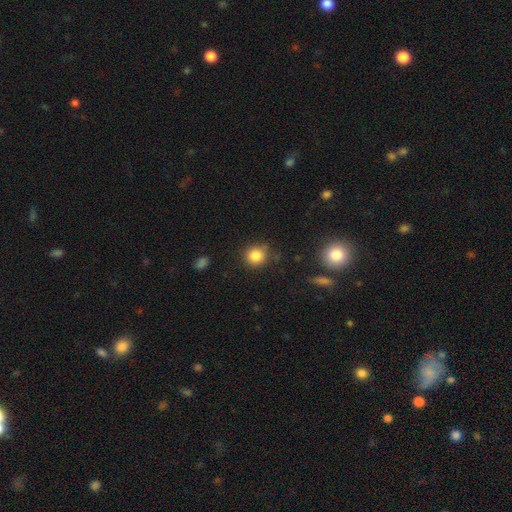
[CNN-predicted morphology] Overall: smooth (84%). How rounded: round (86%). Merging: none (79%).